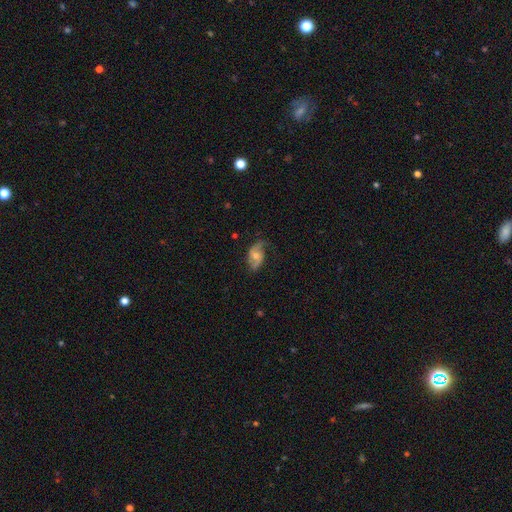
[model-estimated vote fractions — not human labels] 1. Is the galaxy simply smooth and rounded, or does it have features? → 72% featured or disk, 21% smooth, 7% star or artifact.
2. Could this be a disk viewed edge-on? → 96% no, 4% yes.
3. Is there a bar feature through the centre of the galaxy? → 53% no, 37% weak, 10% strong.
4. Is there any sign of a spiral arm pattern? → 90% yes, 10% no.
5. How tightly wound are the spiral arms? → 52% loose, 35% medium, 13% tight.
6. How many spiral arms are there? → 84% 2, 7% can't tell, 6% 1, 1% 3, 1% 4, 1% more than 4.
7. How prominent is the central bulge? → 56% moderate, 36% small, 4% large, 3% none, 1% dominant.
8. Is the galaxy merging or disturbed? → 64% none, 23% minor disturbance, 12% major disturbance, 1% merger.